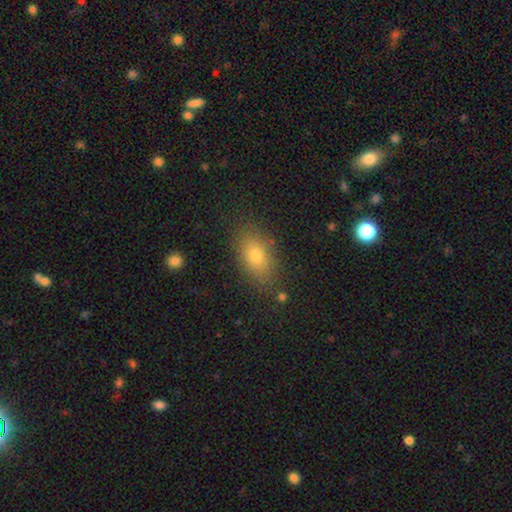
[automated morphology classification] A smooth galaxy with no disk features (77%) that is in between round and cigar-shaped (86%). Merging: none (83%).